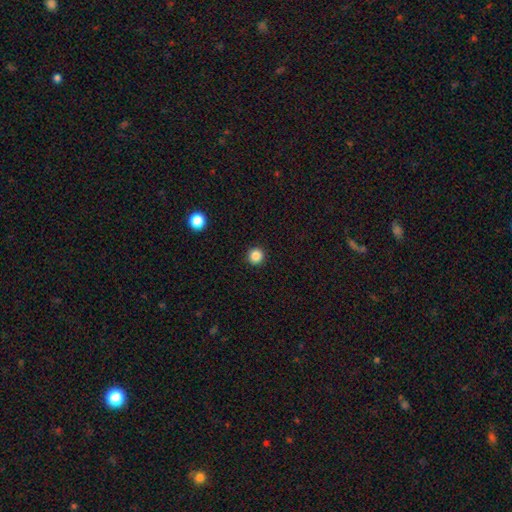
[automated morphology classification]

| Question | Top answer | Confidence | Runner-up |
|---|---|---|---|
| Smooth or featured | smooth | 86% | star or artifact (11%) |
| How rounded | round | 95% | in between (4%) |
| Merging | none | 93% | minor disturbance (4%) |